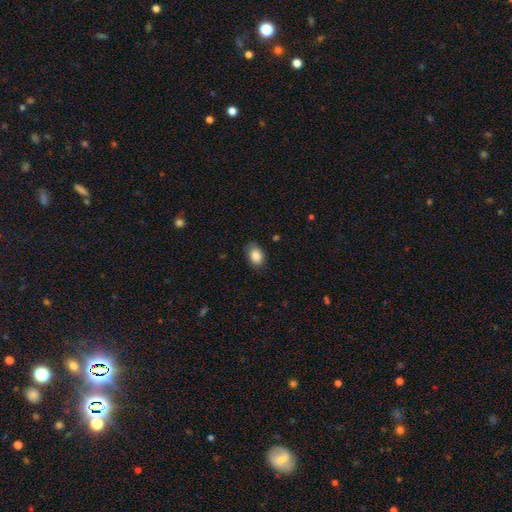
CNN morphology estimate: The model was most divided on "merging": none: 78%, minor disturbance: 18%, major disturbance: 3%, merger: 1%. More confident: smooth or featured — smooth (86%); how rounded — in between (85%).